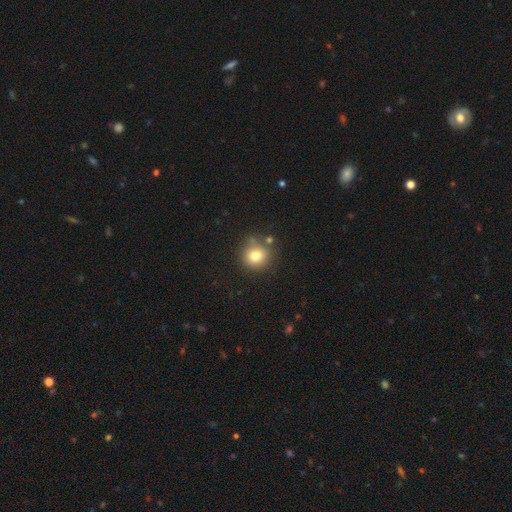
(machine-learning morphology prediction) Smooth or featured? smooth (76%)
How rounded? round (91%)
Merging? none (76%)